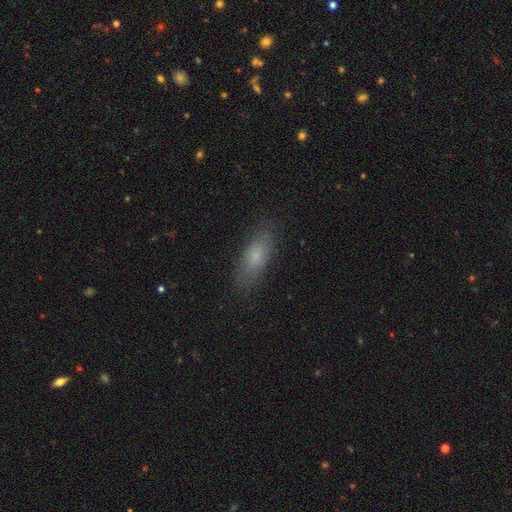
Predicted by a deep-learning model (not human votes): Smooth or featured: smooth — 78% (featured or disk — 14%)
How rounded: in between — 65% (cigar-shaped — 32%)
Merging: none — 84% (minor disturbance — 12%)